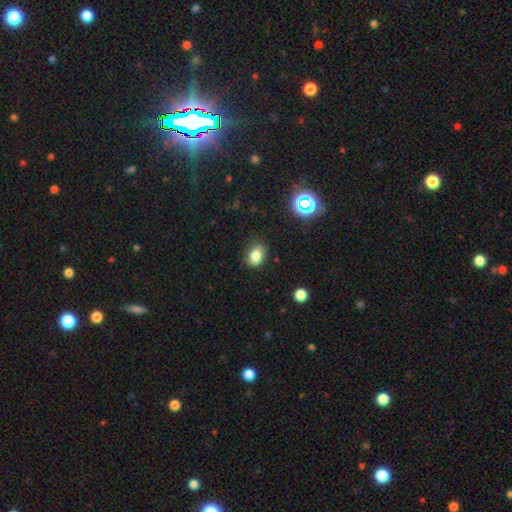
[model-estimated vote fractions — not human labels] Morphology: type=smooth (80%); roundness=in between (75%); merging=none (78%).